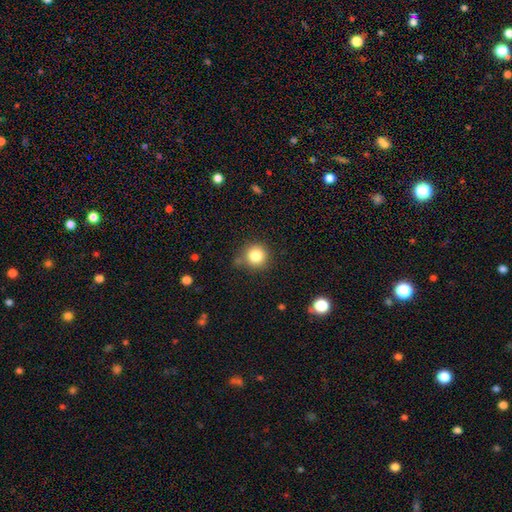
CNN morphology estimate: A smooth galaxy with no disk features (83%) that is round (93%). Merging: none (76%).